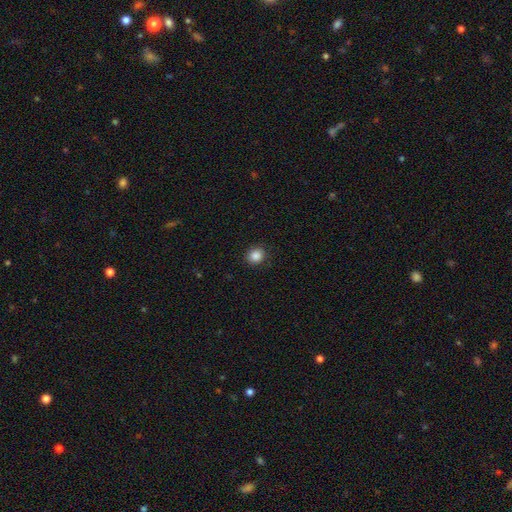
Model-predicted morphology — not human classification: Smooth or featured? smooth (87%)
How rounded? round (82%)
Merging? none (88%)